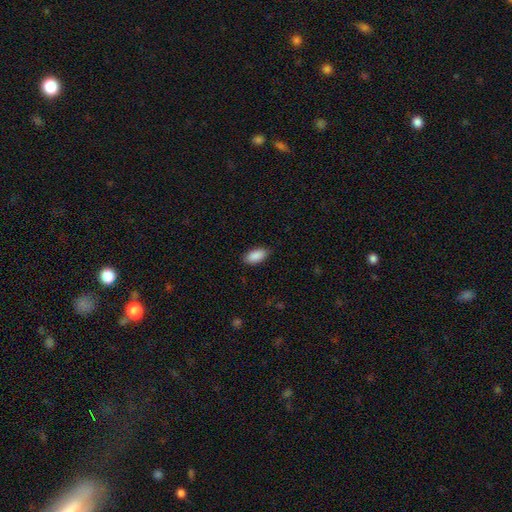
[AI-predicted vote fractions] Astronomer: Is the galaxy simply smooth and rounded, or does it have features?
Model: smooth — 90%.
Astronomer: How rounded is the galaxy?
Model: in between — 92%.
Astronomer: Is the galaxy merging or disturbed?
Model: none — 84%.